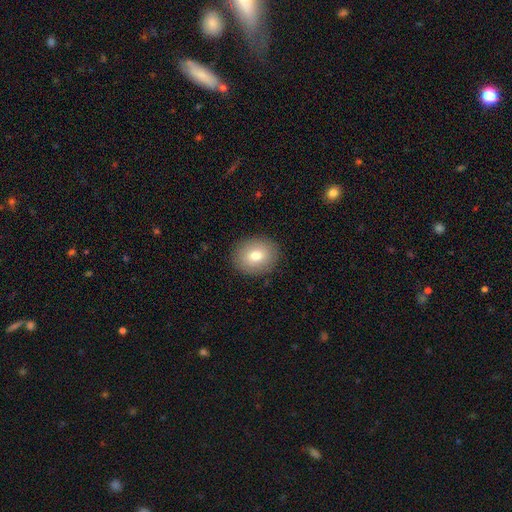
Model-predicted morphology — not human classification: smooth-or-featured: smooth: 77% | featured or disk: 14% | star or artifact: 9%
  how-rounded: round: 62% | in between: 38% | cigar-shaped: 1%
  merging: none: 89% | minor disturbance: 8% | major disturbance: 3% | merger: 1%